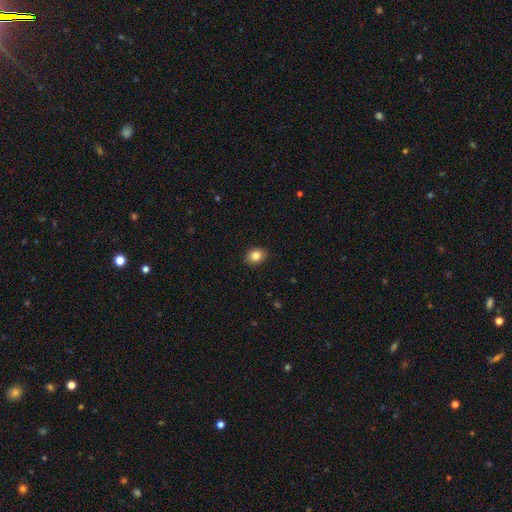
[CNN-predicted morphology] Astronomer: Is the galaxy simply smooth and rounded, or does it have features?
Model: smooth — 84%.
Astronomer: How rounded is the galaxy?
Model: in between — 51% (runner-up: round, 48%).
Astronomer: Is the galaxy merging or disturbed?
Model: none — 90%.